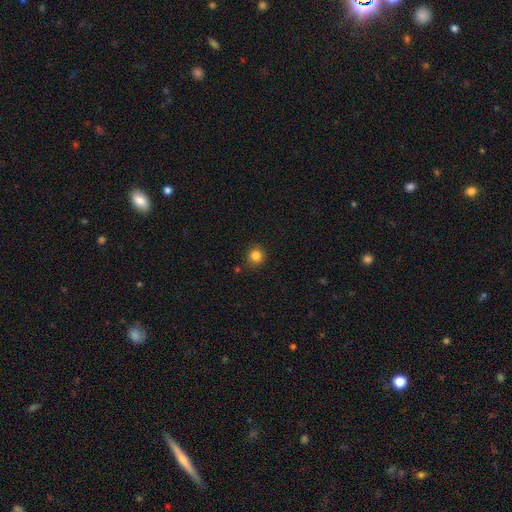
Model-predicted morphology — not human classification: smooth 84%, star or artifact 12%, featured or disk 4%. Down the decision tree: how rounded — round (92%); merging — none (88%).